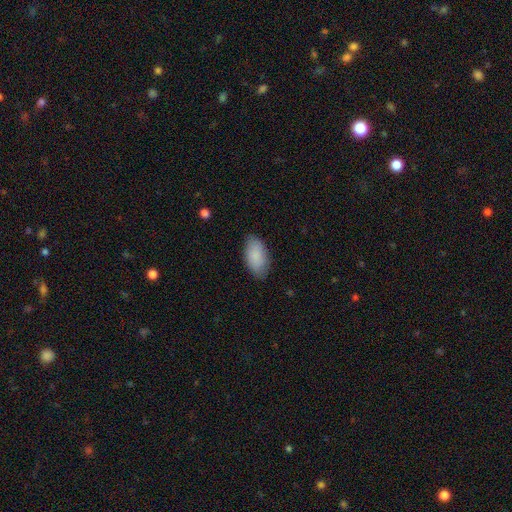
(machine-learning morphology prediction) A smooth galaxy with no disk features (88%) that is in between round and cigar-shaped (94%).

Vote fractions:
- Smooth or featured? smooth: 88% / featured or disk: 6% / star or artifact: 6%
- How rounded? in between: 94% / cigar-shaped: 3% / round: 2%
- Merging? none: 82% / minor disturbance: 14% / major disturbance: 3% / merger: 1%